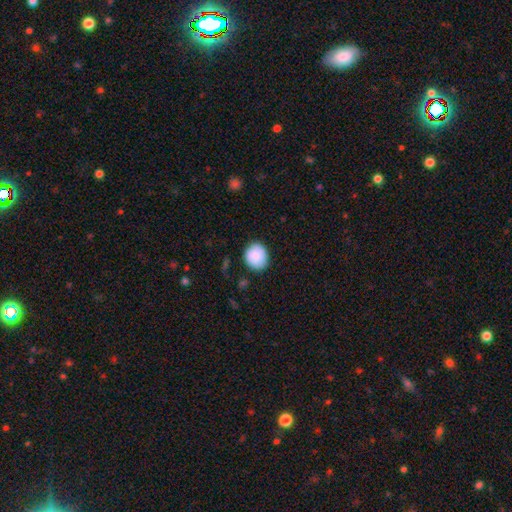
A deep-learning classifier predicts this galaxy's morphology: Overall: smooth (86%). How rounded: round (77%). Merging: none (83%).